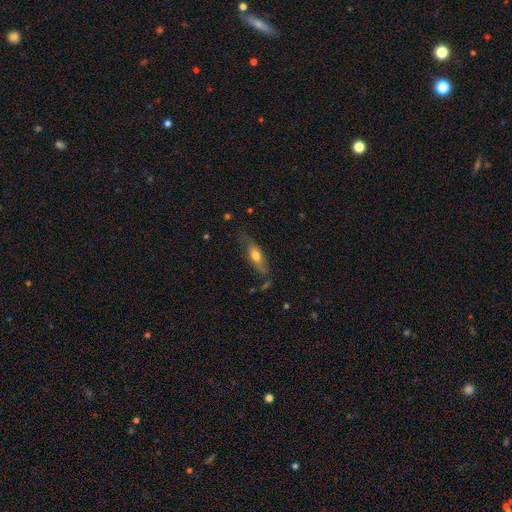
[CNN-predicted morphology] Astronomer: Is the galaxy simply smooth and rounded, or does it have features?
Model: smooth — 51% (runner-up: featured or disk, 43%).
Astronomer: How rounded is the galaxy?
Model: in between — 49% (runner-up: cigar-shaped, 47%).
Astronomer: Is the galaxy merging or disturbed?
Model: none — 66%.